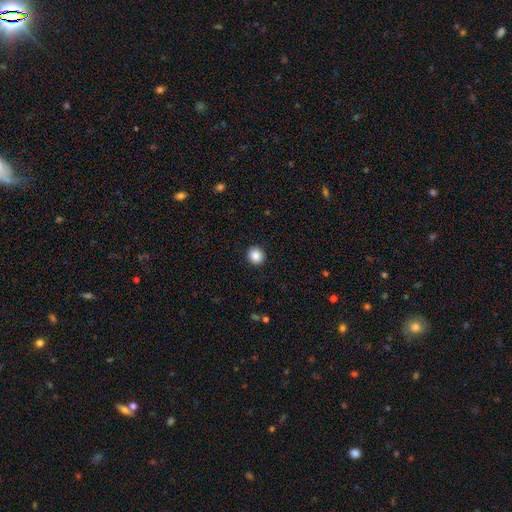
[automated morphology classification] type=smooth (88%); roundness=round (86%); merging=none (91%).